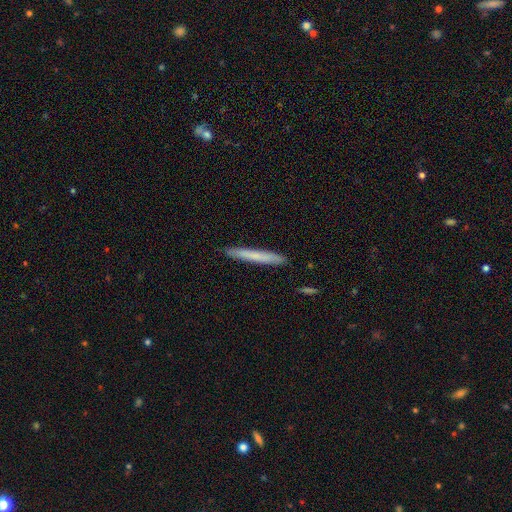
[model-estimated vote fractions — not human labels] A smooth galaxy with no disk features (68%) that is cigar-shaped (97%).

Vote fractions:
- Smooth or featured? smooth: 68% / featured or disk: 26% / star or artifact: 6%
- How rounded? cigar-shaped: 97% / in between: 2% / round: 1%
- Merging? none: 91% / minor disturbance: 6% / major disturbance: 1% / merger: 1%